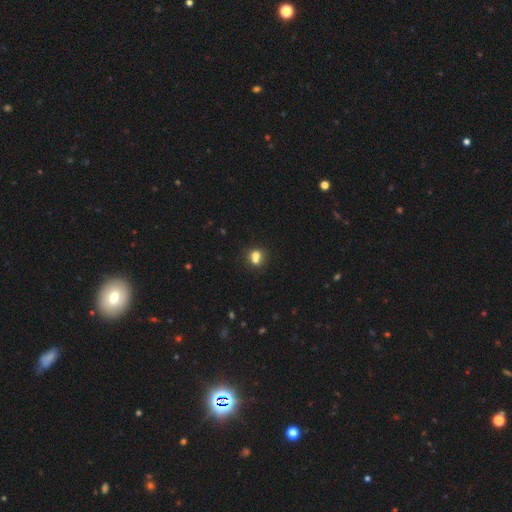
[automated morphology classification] The model was most divided on "merging": merger: 48%, none: 39%, minor disturbance: 9%, major disturbance: 4%. More confident: how rounded — round (71%); smooth or featured — smooth (70%).